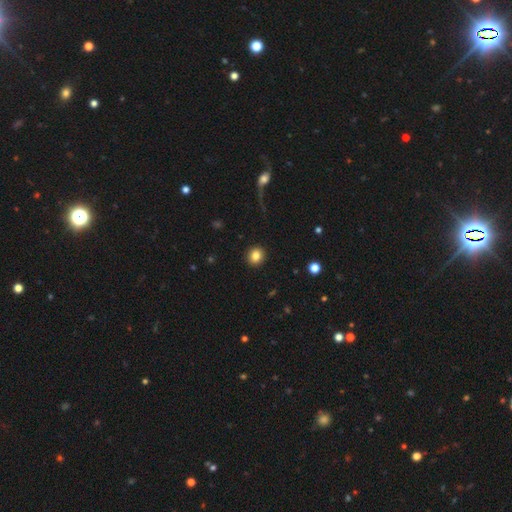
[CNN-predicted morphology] smooth-or-featured: smooth: 84% | star or artifact: 10% | featured or disk: 6%
  how-rounded: round: 85% | in between: 14% | cigar-shaped: 1%
  merging: none: 92% | minor disturbance: 5% | major disturbance: 2% | merger: 1%